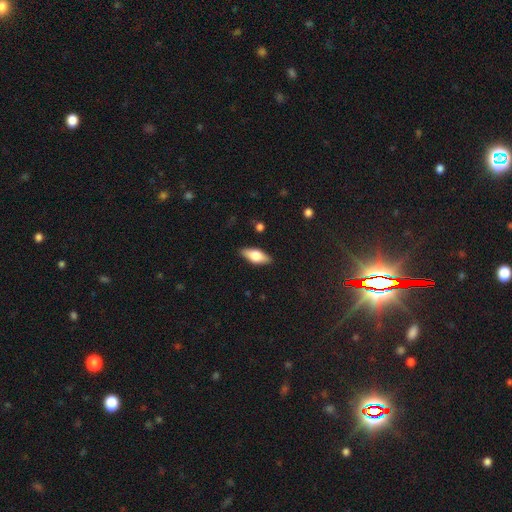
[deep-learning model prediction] smooth-or-featured: smooth: 62% | featured or disk: 31% | star or artifact: 7%
  how-rounded: in between: 77% | cigar-shaped: 20% | round: 3%
  merging: none: 87% | minor disturbance: 9% | major disturbance: 2% | merger: 1%